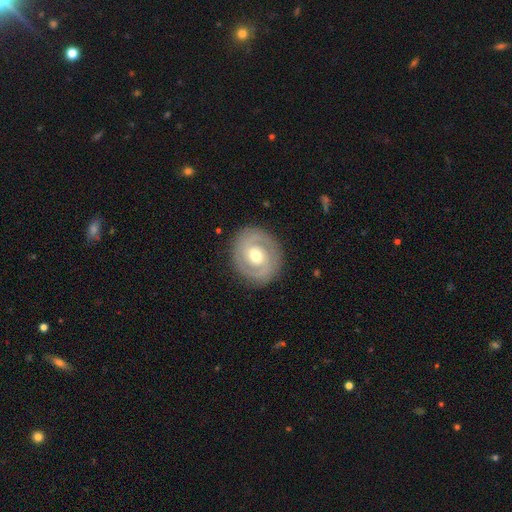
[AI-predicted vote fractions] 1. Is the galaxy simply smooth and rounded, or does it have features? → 81% featured or disk, 14% smooth, 5% star or artifact.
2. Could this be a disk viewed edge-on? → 97% no, 3% yes.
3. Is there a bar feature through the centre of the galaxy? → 50% no, 37% weak, 13% strong.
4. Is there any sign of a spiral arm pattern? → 89% yes, 11% no.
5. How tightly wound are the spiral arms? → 64% tight, 29% medium, 7% loose.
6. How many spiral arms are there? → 81% 2, 9% can't tell, 4% 3, 3% 1, 1% 4, 1% more than 4.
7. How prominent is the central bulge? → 67% moderate, 26% small, 5% large, 1% dominant, 1% none.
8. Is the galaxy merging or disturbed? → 87% none, 9% minor disturbance, 3% major disturbance, 1% merger.